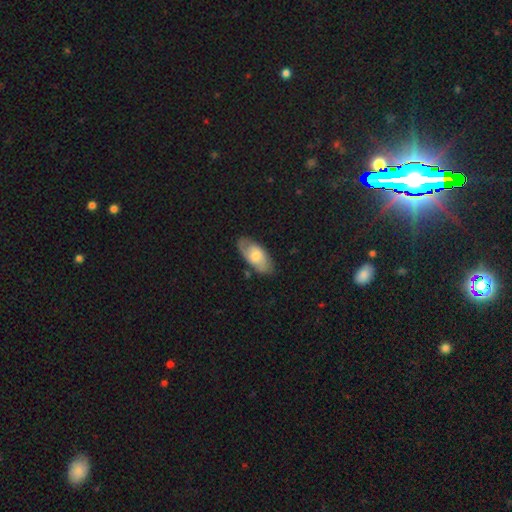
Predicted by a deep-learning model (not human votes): smooth-or-featured: smooth: 51% | featured or disk: 43% | star or artifact: 6%
  how-rounded: in between: 91% | cigar-shaped: 6% | round: 3%
  merging: none: 77% | minor disturbance: 17% | major disturbance: 4% | merger: 2%